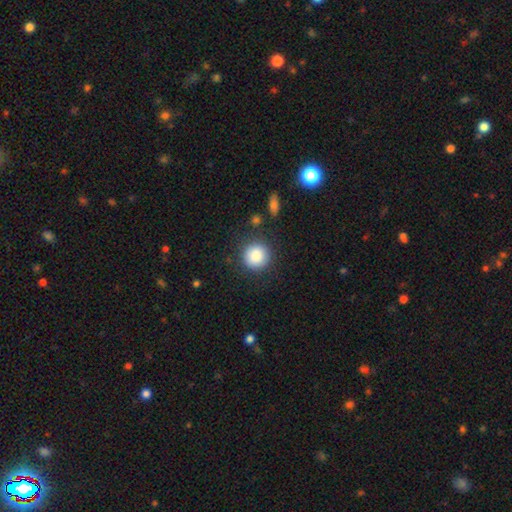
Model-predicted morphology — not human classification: Smooth or featured: smooth — 87% (star or artifact — 9%)
How rounded: round — 93% (in between — 6%)
Merging: none — 86% (minor disturbance — 9%)